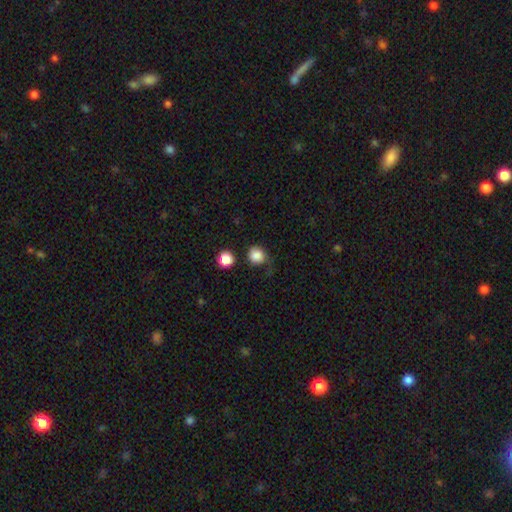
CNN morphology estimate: A smooth galaxy with no disk features (84%) that is round (85%).

Vote fractions:
- Smooth or featured? smooth: 84% / star or artifact: 11% / featured or disk: 5%
- How rounded? round: 85% / in between: 14% / cigar-shaped: 1%
- Merging? none: 63% / minor disturbance: 22% / major disturbance: 9% / merger: 6%